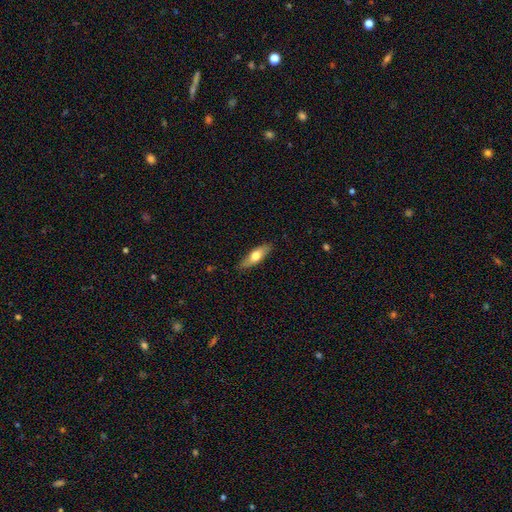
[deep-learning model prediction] Smooth or featured: smooth — 63% (featured or disk — 31%)
How rounded: cigar-shaped — 49% (in between — 48%)
Merging: none — 84% (minor disturbance — 13%)